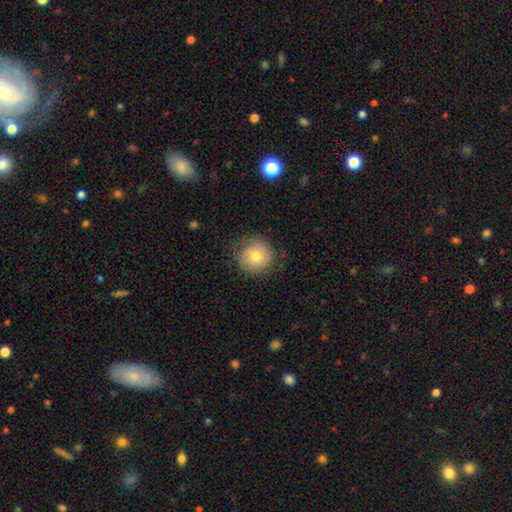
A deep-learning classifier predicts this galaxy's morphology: smooth-or-featured: smooth: 73% | featured or disk: 18% | star or artifact: 9%
  how-rounded: round: 93% | in between: 6% | cigar-shaped: 1%
  merging: none: 80% | minor disturbance: 15% | major disturbance: 4% | merger: 1%